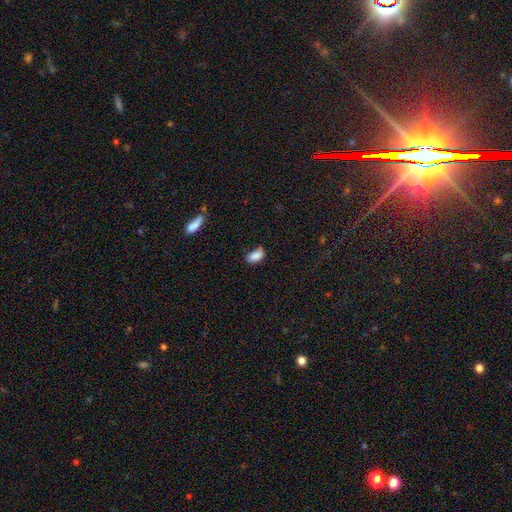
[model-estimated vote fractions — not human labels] Morphology: type=smooth (87%); roundness=in between (92%); merging=none (68%).